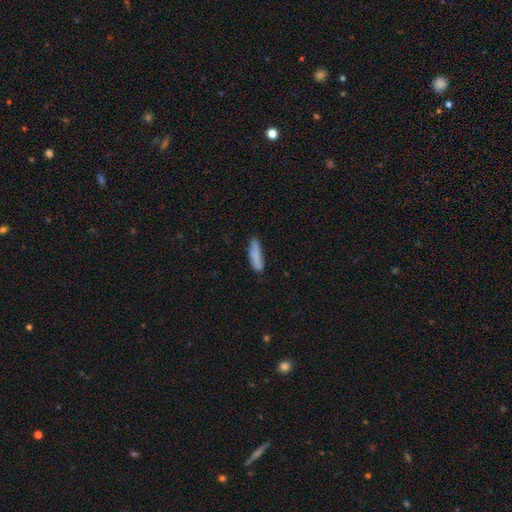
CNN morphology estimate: Smooth or featured? Predicted: smooth (p=0.82). How rounded? Predicted: cigar-shaped (p=0.72). Merging? Predicted: none (p=0.75).